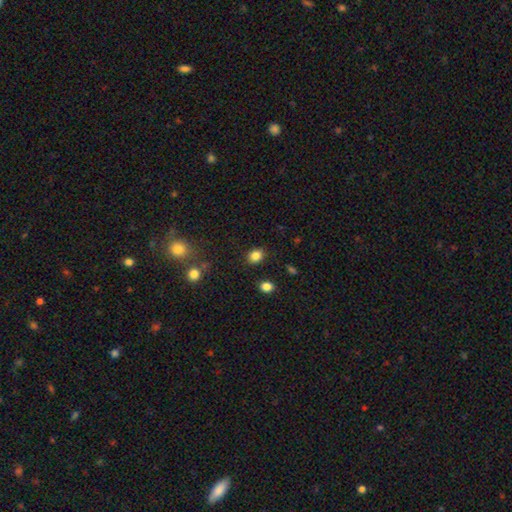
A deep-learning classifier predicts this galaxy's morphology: This appears to be a smooth galaxy with no disk features (85%) that is in between round and cigar-shaped (51%). Merging: none (86%).